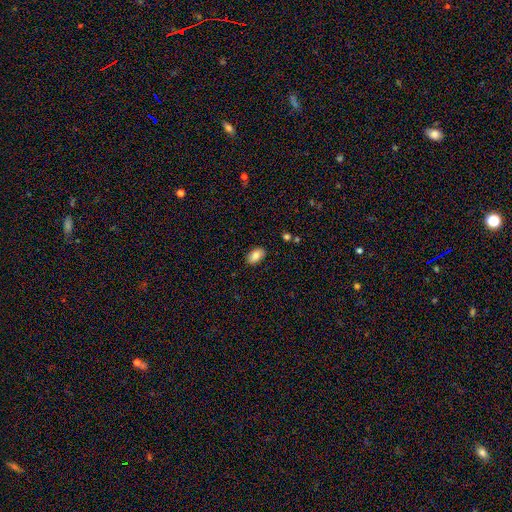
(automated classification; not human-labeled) Q: Smooth or featured?
A: smooth (84%); runner-up: featured or disk (8%)
Q: How rounded?
A: in between (92%); runner-up: round (6%)
Q: Merging?
A: none (87%); runner-up: minor disturbance (9%)